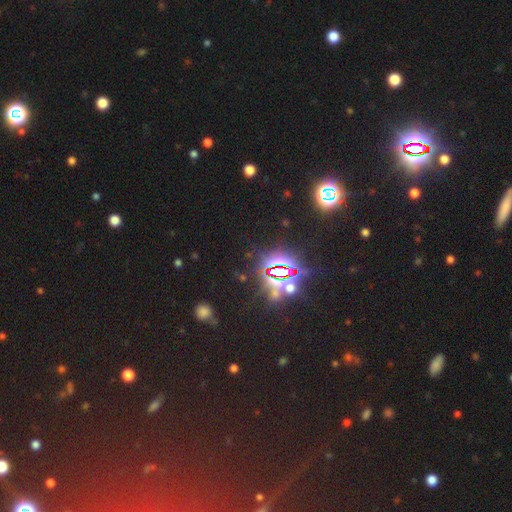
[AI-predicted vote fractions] This is clearly a star or artifact rather than a galaxy (80%).